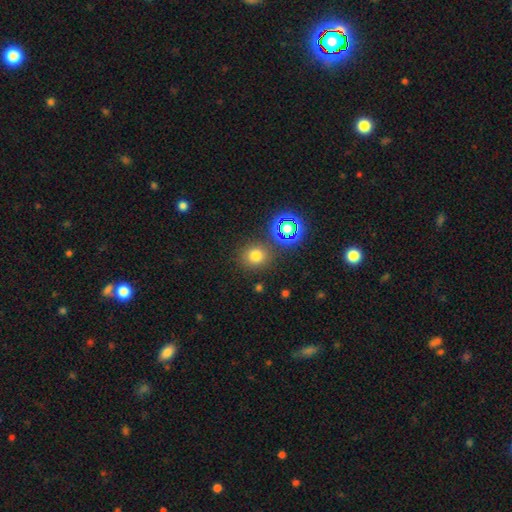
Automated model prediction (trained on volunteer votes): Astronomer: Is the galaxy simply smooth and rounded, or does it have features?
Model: smooth — 71%.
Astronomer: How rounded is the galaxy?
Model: round — 85%.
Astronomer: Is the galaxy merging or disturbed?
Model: none — 83%.